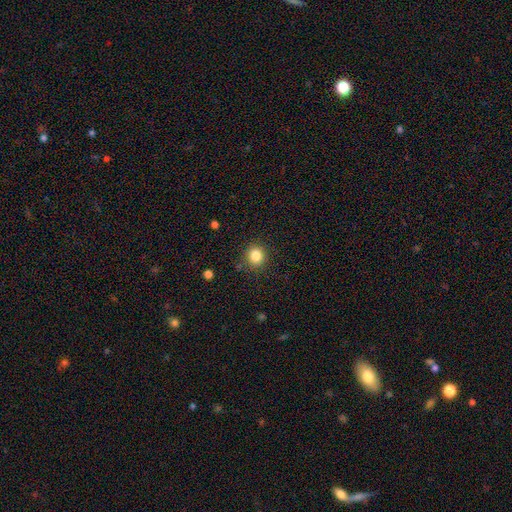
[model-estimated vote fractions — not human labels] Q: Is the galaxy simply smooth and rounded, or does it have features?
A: smooth — 83%.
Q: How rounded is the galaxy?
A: round — 89%.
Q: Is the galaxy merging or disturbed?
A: none — 87%.